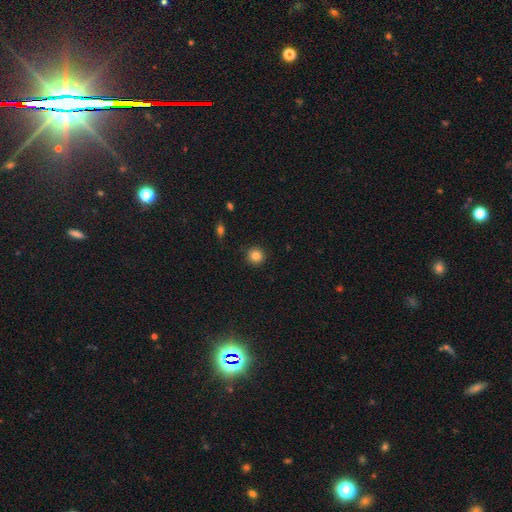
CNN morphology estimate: smooth_or_featured: smooth (p=0.84) [alt: star or artifact p=0.11]
how_rounded: round (p=0.94) [alt: in between p=0.05]
merging: none (p=0.91) [alt: minor disturbance p=0.06]